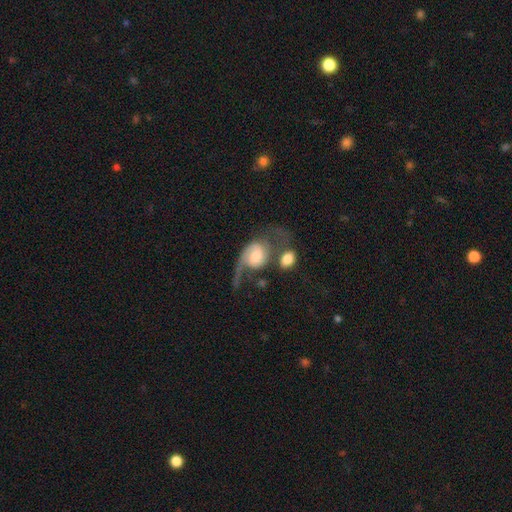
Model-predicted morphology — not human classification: Smooth or featured? Predicted: featured or disk (p=0.63). Edge-on disk? Predicted: no (p=0.96). Bar? Predicted: no (p=0.67). Spiral arms? Predicted: yes (p=0.87). Spiral winding? Predicted: loose (p=0.71). Spiral arm count? Predicted: 2 (p=0.52). Bulge size? Predicted: moderate (p=0.41). Merging? Predicted: major disturbance (p=0.37).